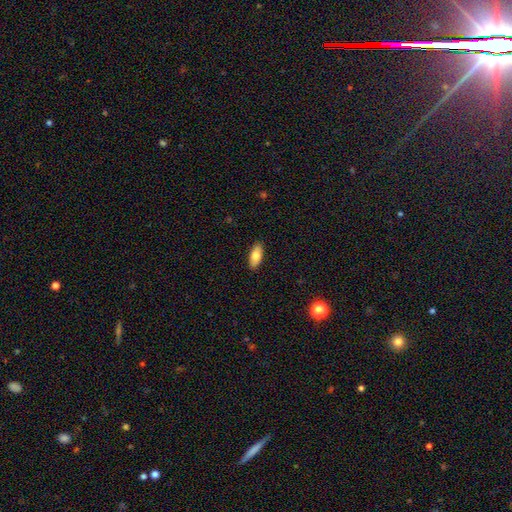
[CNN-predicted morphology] Overall: smooth (77%). How rounded: in between (79%). Merging: none (89%).